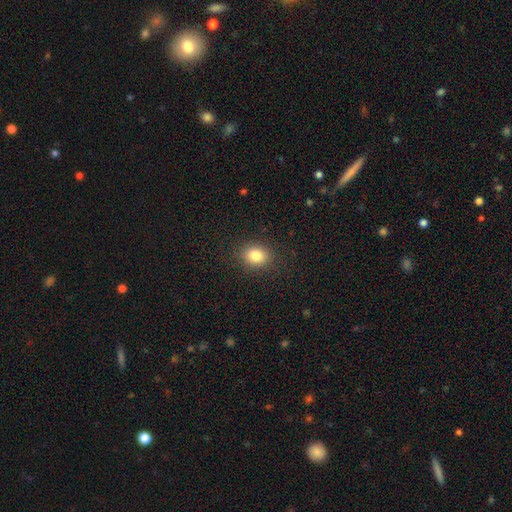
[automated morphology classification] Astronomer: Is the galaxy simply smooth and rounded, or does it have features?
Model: smooth — 83%.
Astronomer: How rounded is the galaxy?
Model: in between — 50% (runner-up: round, 49%).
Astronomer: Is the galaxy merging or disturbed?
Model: none — 88%.